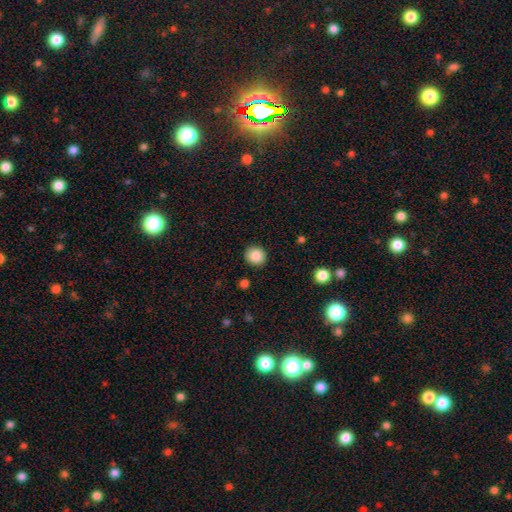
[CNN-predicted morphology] Smooth or featured: smooth — 87% (star or artifact — 9%)
How rounded: round — 87% (in between — 12%)
Merging: none — 90% (minor disturbance — 6%)